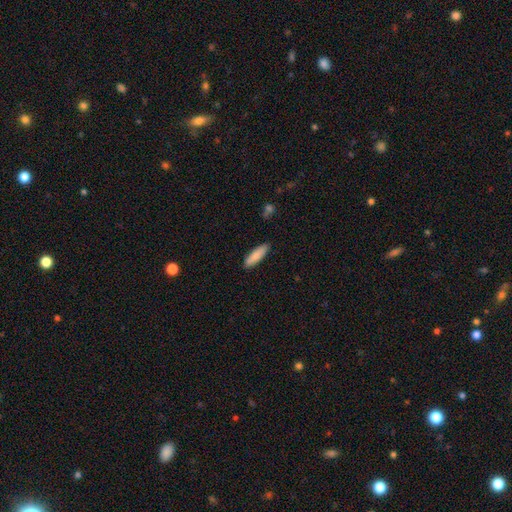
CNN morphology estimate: type=smooth (85%); roundness=cigar-shaped (62%); merging=none (88%).